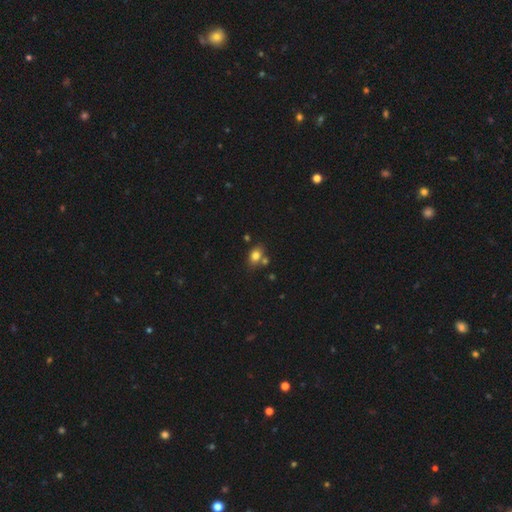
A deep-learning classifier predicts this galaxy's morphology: The model was most divided on "how rounded": in between: 67%, round: 32%, cigar-shaped: 2%. More confident: smooth or featured — smooth (79%); merging — none (64%).